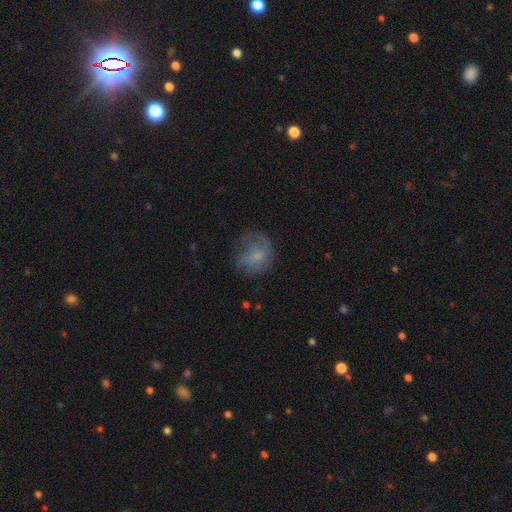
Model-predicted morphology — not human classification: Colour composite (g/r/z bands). It shows a smooth galaxy with no disk features (60%) that is round (72%). Merging: none (53%).